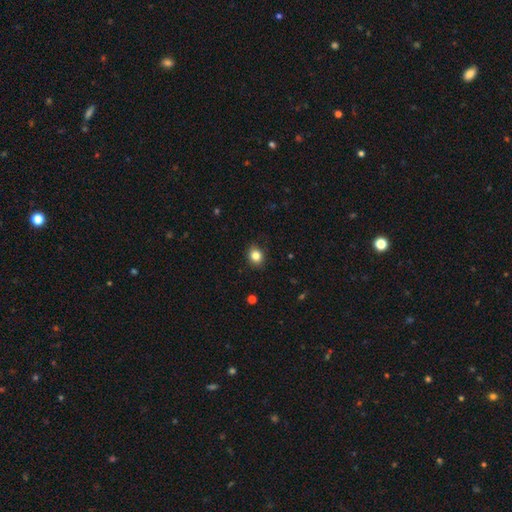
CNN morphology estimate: A smooth galaxy with no disk features (84%) that is round (62%). Merging: none (88%).